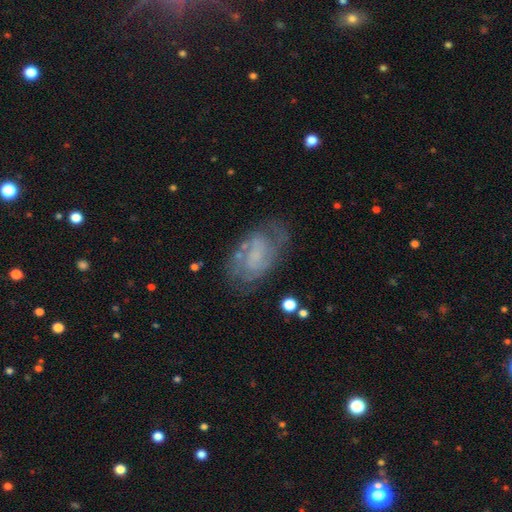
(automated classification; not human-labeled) The model was most divided on "spiral winding": medium: 43%, tight: 40%, loose: 17%. Remaining: edge-on disk — no (96%); spiral arms — yes (81%); smooth or featured — featured or disk (69%); merging — none (66%); spiral arm count — 2 (58%); bar — no (54%); bulge size — none (50%).